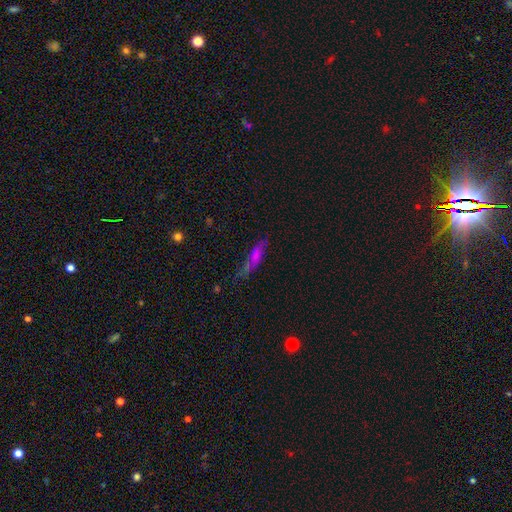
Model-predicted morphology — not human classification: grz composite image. It shows a smooth galaxy with no disk features (61%) that is cigar-shaped (58%). Merging: none (55%).